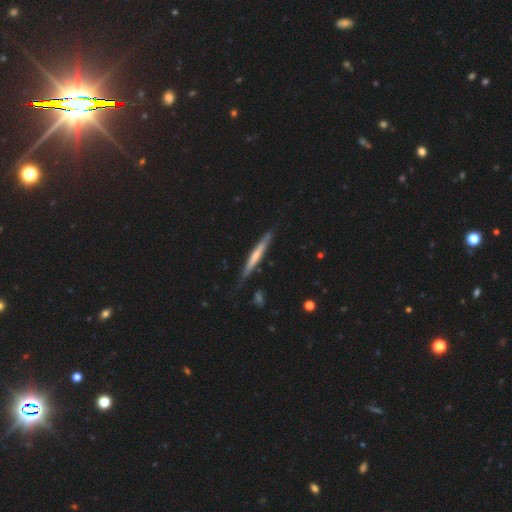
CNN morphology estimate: Smooth or featured? featured or disk (53%)
Edge-on disk? yes (94%)
Edge-on bulge? none (50%)
Merging? none (78%)